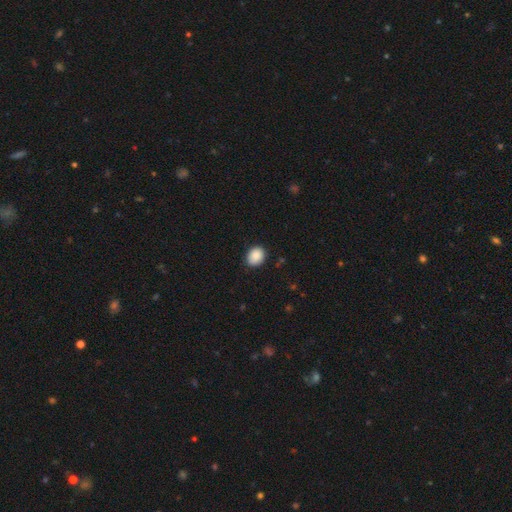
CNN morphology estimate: Q: Smooth or featured?
A: smooth (89%); runner-up: star or artifact (7%)
Q: How rounded?
A: in between (52%); runner-up: round (48%)
Q: Merging?
A: none (85%); runner-up: minor disturbance (12%)